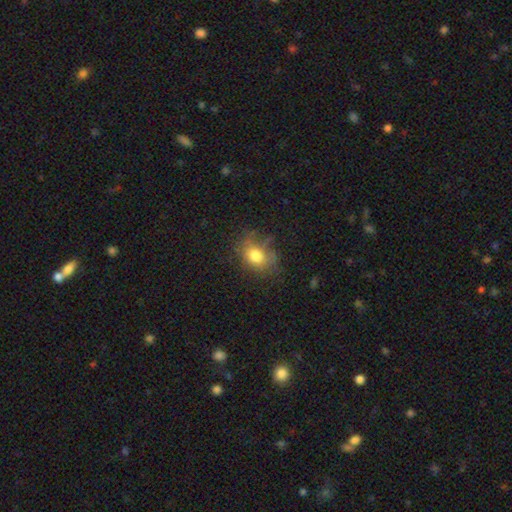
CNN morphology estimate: Smooth or featured?
  - smooth: 72% *
  - featured or disk: 16%
  - star or artifact: 12%
How rounded?
  - in between: 56% *
  - round: 43%
  - cigar-shaped: 1%
Merging?
  - none: 59% *
  - minor disturbance: 24%
  - major disturbance: 14%
  - merger: 2%